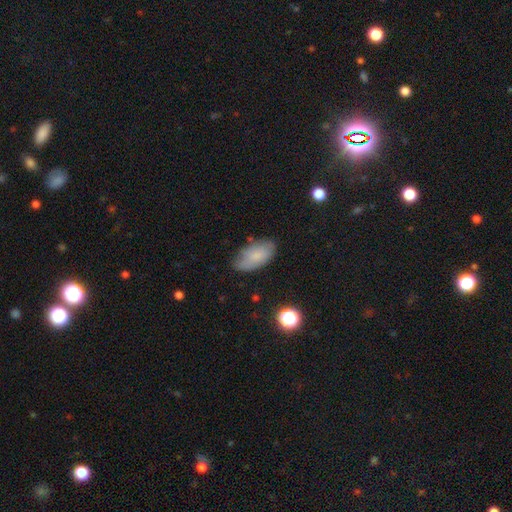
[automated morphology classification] Smooth or featured?
  - smooth: 77% *
  - featured or disk: 14%
  - star or artifact: 8%
How rounded?
  - in between: 93% *
  - cigar-shaped: 4%
  - round: 3%
Merging?
  - none: 72% *
  - minor disturbance: 21%
  - major disturbance: 5%
  - merger: 2%